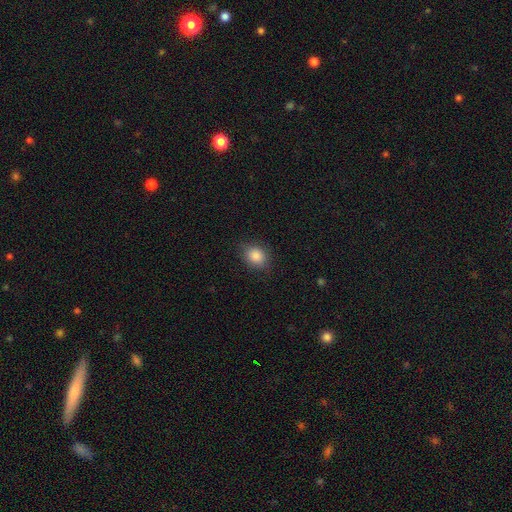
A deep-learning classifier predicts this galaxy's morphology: Overall: smooth (86%). How rounded: round (56%; in between 43%). Merging: none (81%).